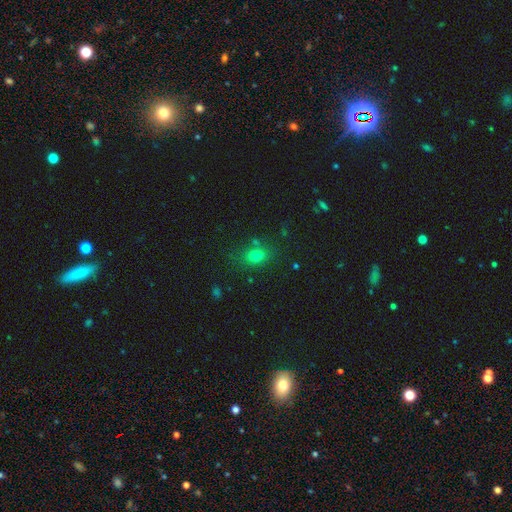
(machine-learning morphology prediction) A smooth galaxy with no disk features (74%) that is in between round and cigar-shaped (59%).

Vote fractions:
- Smooth or featured? smooth: 74% / star or artifact: 16% / featured or disk: 10%
- How rounded? in between: 59% / round: 39% / cigar-shaped: 2%
- Merging? none: 74% / minor disturbance: 14% / merger: 7% / major disturbance: 5%